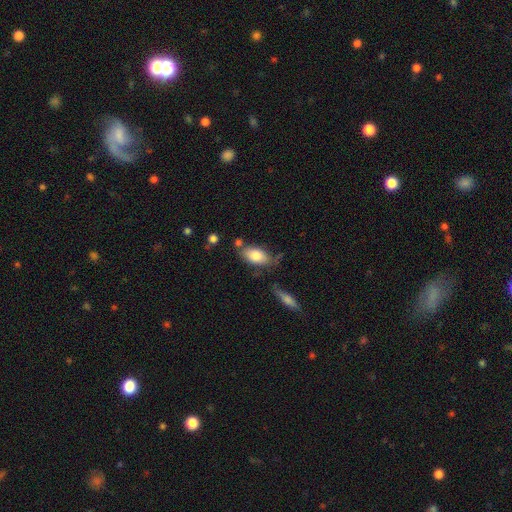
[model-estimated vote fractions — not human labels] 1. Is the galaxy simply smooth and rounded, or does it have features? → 80% smooth, 13% featured or disk, 7% star or artifact.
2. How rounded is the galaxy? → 91% in between, 5% cigar-shaped, 4% round.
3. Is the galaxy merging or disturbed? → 63% none, 20% minor disturbance, 12% merger, 6% major disturbance.